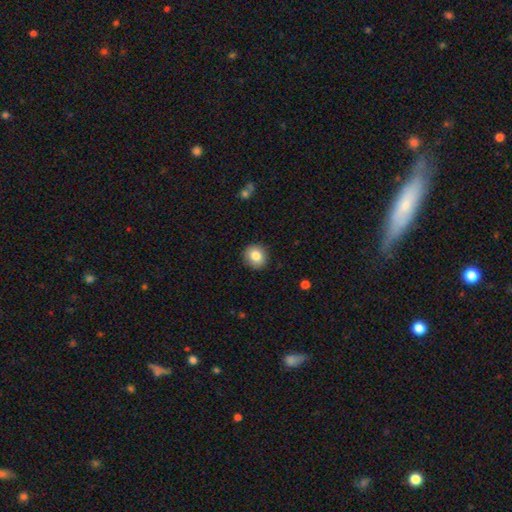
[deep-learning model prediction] Smooth or featured: smooth — 84% (star or artifact — 9%)
How rounded: round — 84% (in between — 15%)
Merging: none — 91% (minor disturbance — 7%)